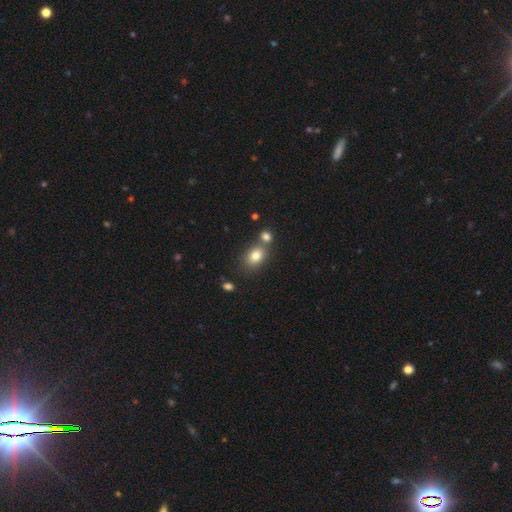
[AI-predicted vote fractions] Overall: smooth (80%). How rounded: in between (68%; round 30%). Merging: none (55%; merger 30%).